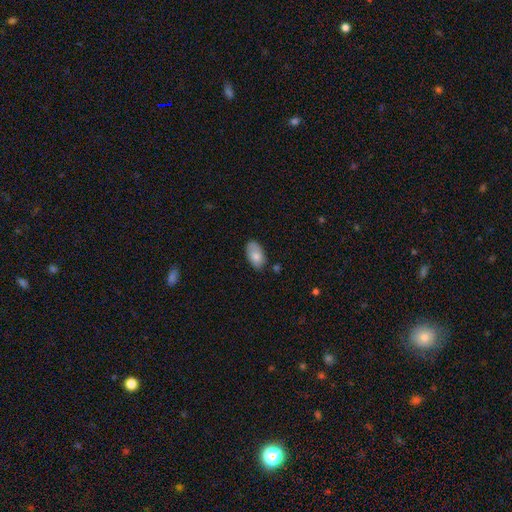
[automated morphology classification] Smooth or featured: smooth — 81% (featured or disk — 13%)
How rounded: in between — 94% (round — 4%)
Merging: none — 73% (minor disturbance — 20%)